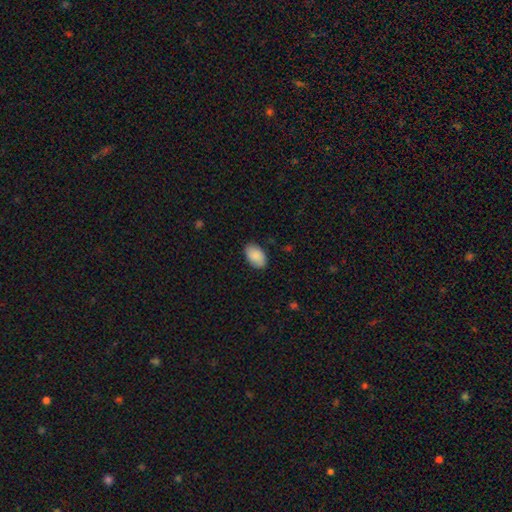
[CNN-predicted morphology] A smooth galaxy with no disk features (89%) that is in between round and cigar-shaped (92%). Merging: none (85%).